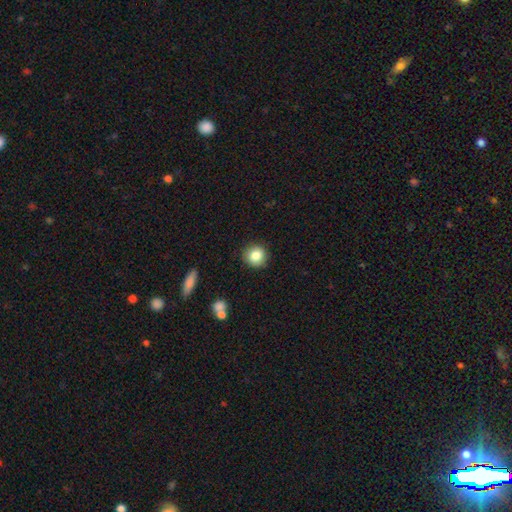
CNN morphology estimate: Overall: smooth (84%). How rounded: round (90%). Merging: none (87%).